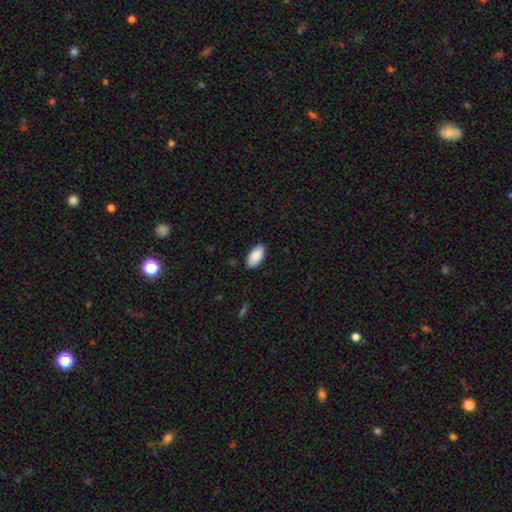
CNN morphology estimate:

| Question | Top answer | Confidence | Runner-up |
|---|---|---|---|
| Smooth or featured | smooth | 90% | star or artifact (6%) |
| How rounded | in between | 95% | cigar-shaped (3%) |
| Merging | none | 87% | minor disturbance (10%) |